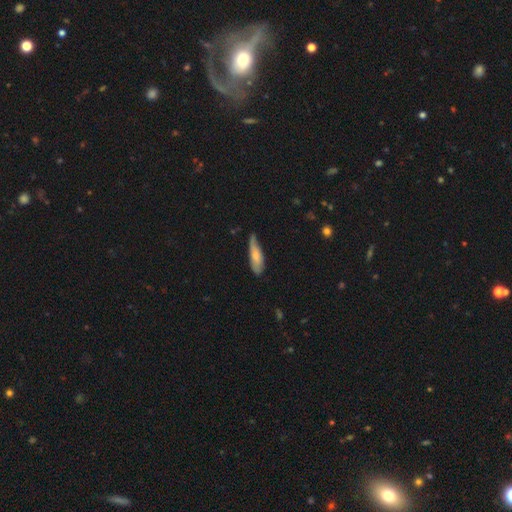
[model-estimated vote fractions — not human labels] A smooth galaxy with no disk features (72%) that is cigar-shaped (55%).

Vote fractions:
- Smooth or featured? smooth: 72% / featured or disk: 23% / star or artifact: 6%
- How rounded? cigar-shaped: 55% / in between: 43% / round: 2%
- Merging? none: 50% / minor disturbance: 39% / major disturbance: 8% / merger: 3%